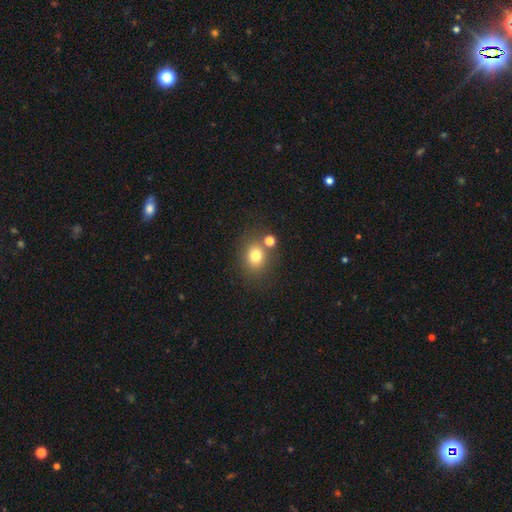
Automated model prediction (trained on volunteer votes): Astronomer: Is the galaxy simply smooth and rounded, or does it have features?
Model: smooth — 77%.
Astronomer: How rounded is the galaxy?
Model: round — 63%.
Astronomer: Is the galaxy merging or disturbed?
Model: none — 69%.